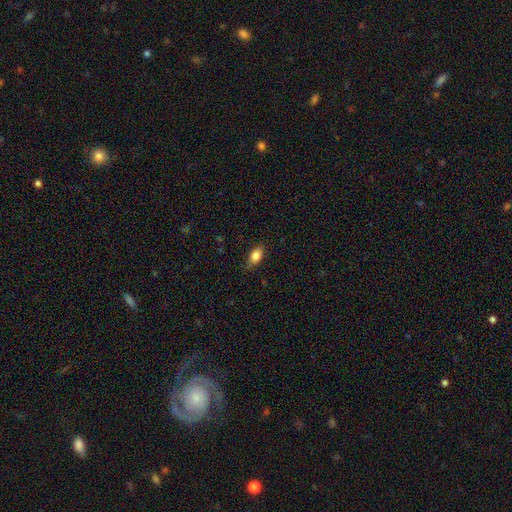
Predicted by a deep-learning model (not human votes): A smooth galaxy with no disk features (84%) that is in between round and cigar-shaped (87%).

Vote fractions:
- Smooth or featured? smooth: 84% / featured or disk: 8% / star or artifact: 8%
- How rounded? in between: 87% / round: 8% / cigar-shaped: 5%
- Merging? none: 81% / minor disturbance: 15% / major disturbance: 3% / merger: 1%